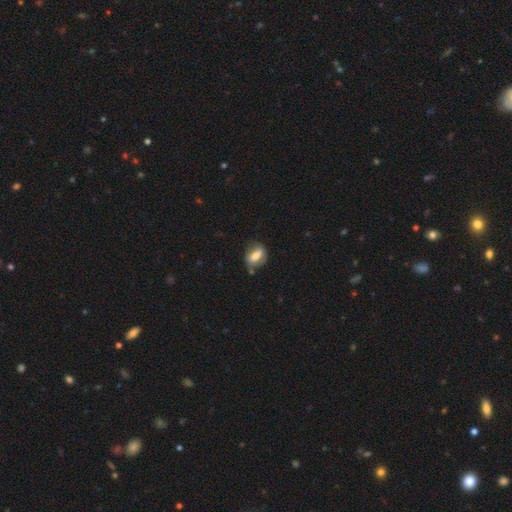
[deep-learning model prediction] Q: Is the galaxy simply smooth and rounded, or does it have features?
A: smooth — 64%.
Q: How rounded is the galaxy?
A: in between — 73%.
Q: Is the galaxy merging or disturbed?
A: none — 59%.